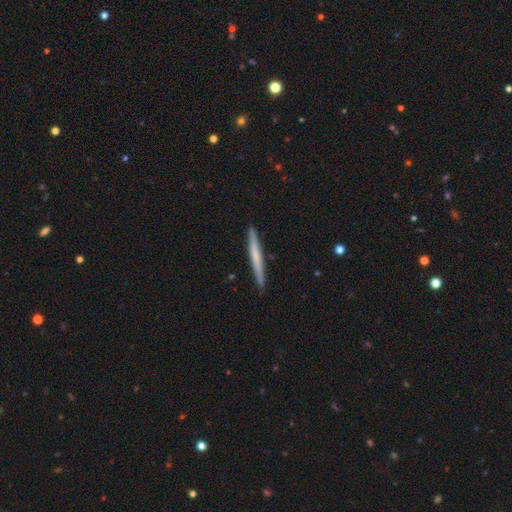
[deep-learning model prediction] A smooth galaxy with no disk features (55%) that is cigar-shaped (97%).

Vote fractions:
- Smooth or featured? smooth: 55% / featured or disk: 40% / star or artifact: 5%
- How rounded? cigar-shaped: 97% / in between: 2% / round: 1%
- Merging? none: 91% / minor disturbance: 6% / major disturbance: 1% / merger: 1%